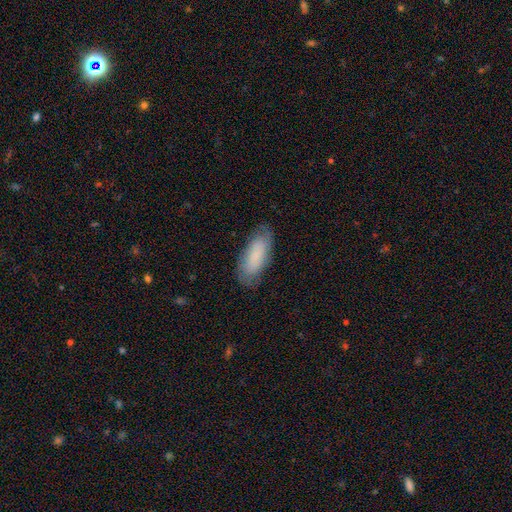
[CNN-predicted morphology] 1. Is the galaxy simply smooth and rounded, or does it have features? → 75% smooth, 18% featured or disk, 7% star or artifact.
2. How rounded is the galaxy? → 81% in between, 17% cigar-shaped, 2% round.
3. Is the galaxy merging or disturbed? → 77% none, 17% minor disturbance, 5% major disturbance, 1% merger.